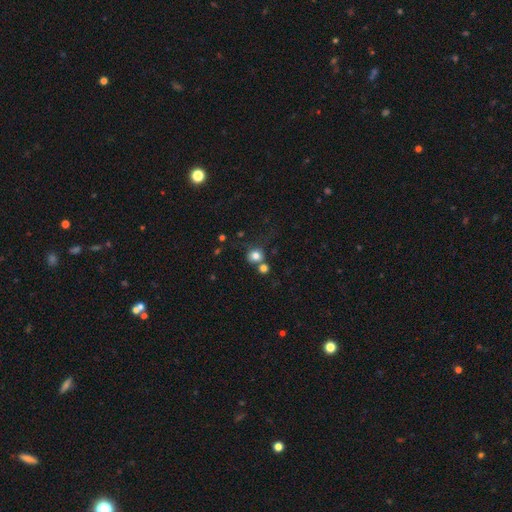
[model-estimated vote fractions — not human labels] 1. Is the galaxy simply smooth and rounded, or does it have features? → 80% smooth, 12% star or artifact, 8% featured or disk.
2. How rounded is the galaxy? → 85% round, 14% in between, 1% cigar-shaped.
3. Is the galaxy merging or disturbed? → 54% none, 27% merger, 12% minor disturbance, 6% major disturbance.